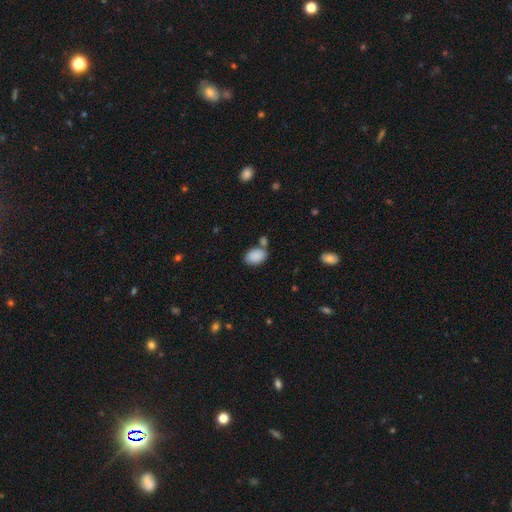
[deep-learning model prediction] Q: Smooth or featured?
A: smooth (89%); runner-up: star or artifact (7%)
Q: How rounded?
A: in between (87%); runner-up: round (12%)
Q: Merging?
A: none (65%); runner-up: merger (16%)